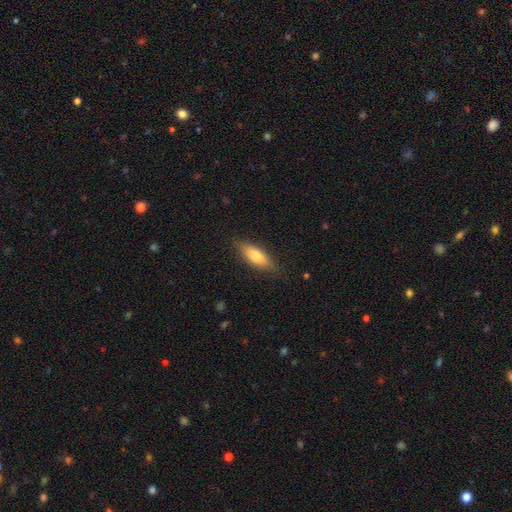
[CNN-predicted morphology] Q: Smooth or featured?
A: smooth (74%); runner-up: featured or disk (20%)
Q: How rounded?
A: in between (61%); runner-up: cigar-shaped (37%)
Q: Merging?
A: none (82%); runner-up: minor disturbance (14%)